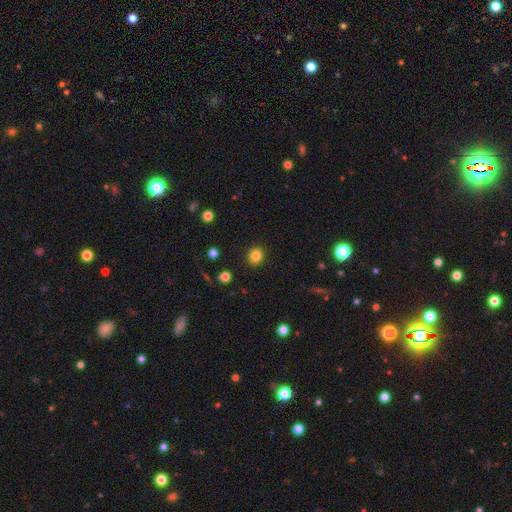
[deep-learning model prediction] A smooth galaxy with no disk features (84%) that is round (74%).

Vote fractions:
- Smooth or featured? smooth: 84% / star or artifact: 11% / featured or disk: 5%
- How rounded? round: 74% / in between: 25% / cigar-shaped: 1%
- Merging? none: 91% / minor disturbance: 6% / major disturbance: 2% / merger: 1%